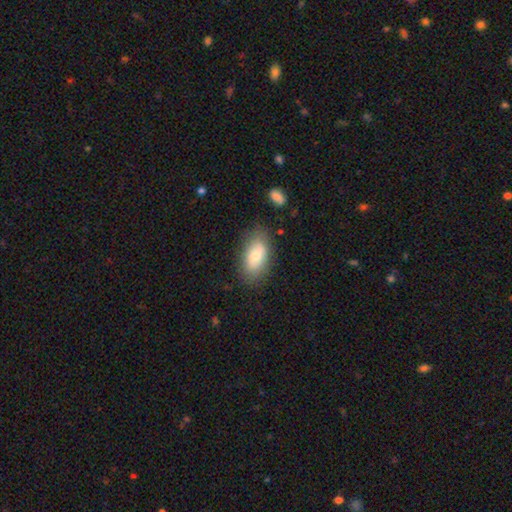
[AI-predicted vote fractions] Smooth or featured? smooth (72%)
How rounded? in between (91%)
Merging? none (78%)